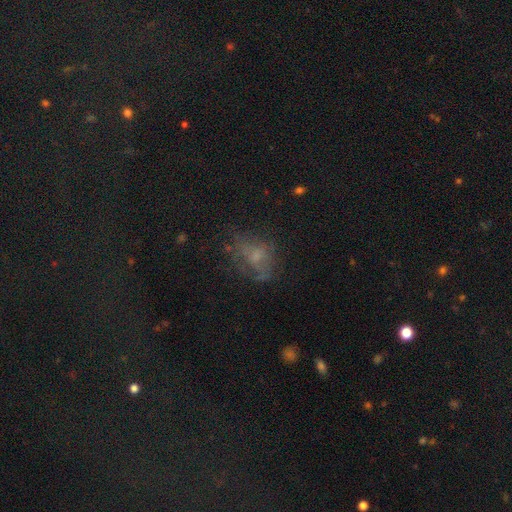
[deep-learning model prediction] Smooth or featured? smooth (42%)
Merging? none (48%)